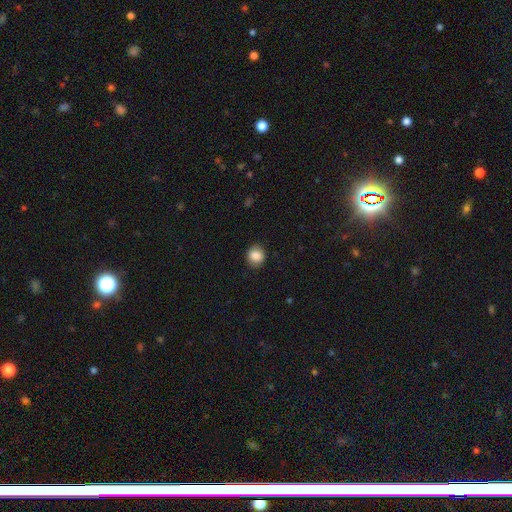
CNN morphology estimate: smooth_or_featured: smooth (p=0.87) [alt: star or artifact p=0.09]
how_rounded: round (p=0.75) [alt: in between p=0.24]
merging: none (p=0.86) [alt: minor disturbance p=0.10]